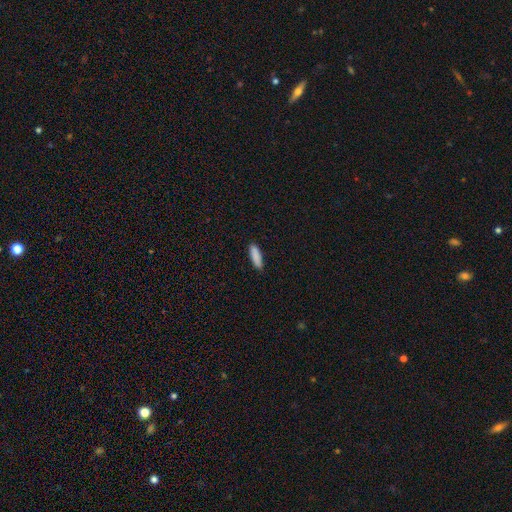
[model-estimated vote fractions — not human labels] The model was most divided on "how rounded": cigar-shaped: 59%, in between: 40%, round: 2%. More confident: smooth or featured — smooth (89%); merging — none (89%).